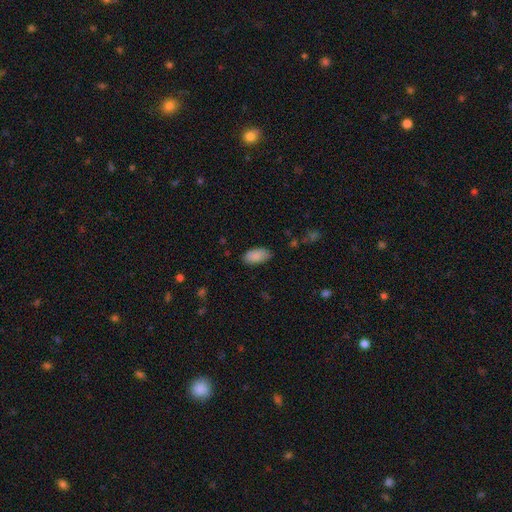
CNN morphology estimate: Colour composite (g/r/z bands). It shows a smooth galaxy with no disk features (88%) that is in between round and cigar-shaped (94%). Merging: none (81%).